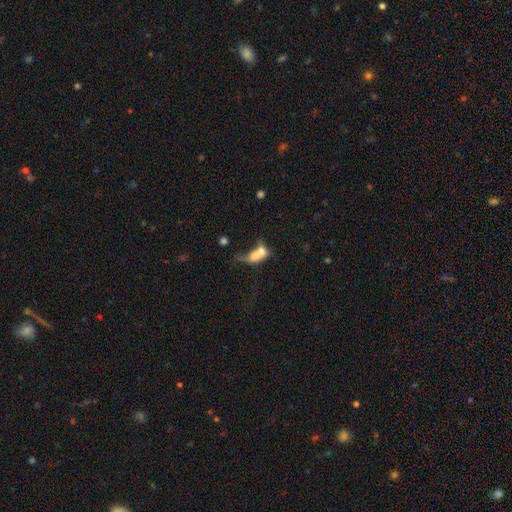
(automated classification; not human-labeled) A smooth galaxy with no disk features (60%) that is in between round and cigar-shaped (69%). Merging: merger (61%).